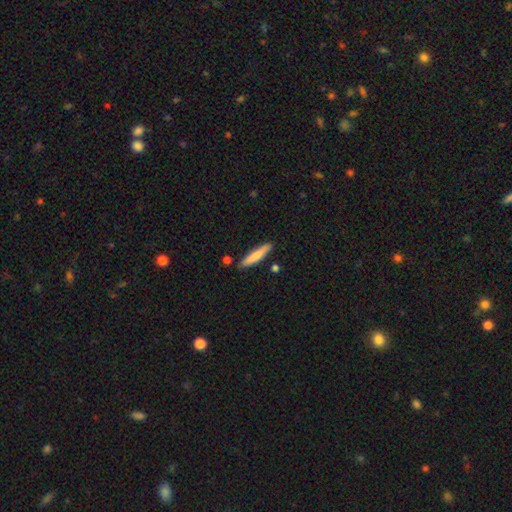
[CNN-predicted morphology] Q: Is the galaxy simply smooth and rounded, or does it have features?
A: smooth — 72%.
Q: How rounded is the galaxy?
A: cigar-shaped — 90%.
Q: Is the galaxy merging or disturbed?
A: none — 84%.